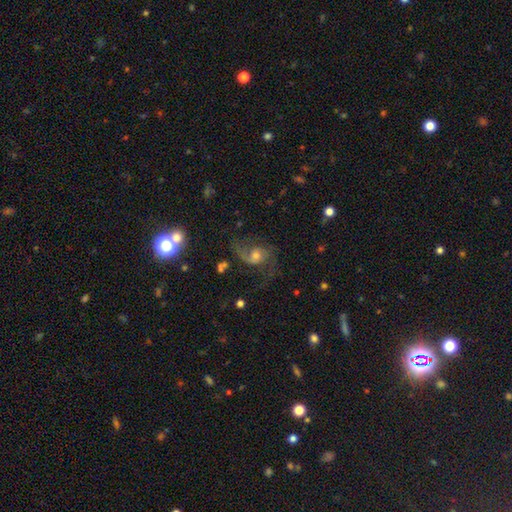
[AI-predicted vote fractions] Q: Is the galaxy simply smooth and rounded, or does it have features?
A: featured or disk — 74%.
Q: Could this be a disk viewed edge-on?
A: no — 97%.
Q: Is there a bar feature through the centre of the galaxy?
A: no — 65%.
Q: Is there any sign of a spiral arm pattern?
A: yes — 93%.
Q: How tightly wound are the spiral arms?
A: loose — 58%.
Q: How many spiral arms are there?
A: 2 — 72%.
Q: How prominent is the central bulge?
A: moderate — 52%.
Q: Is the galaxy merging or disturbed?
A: none — 54%.